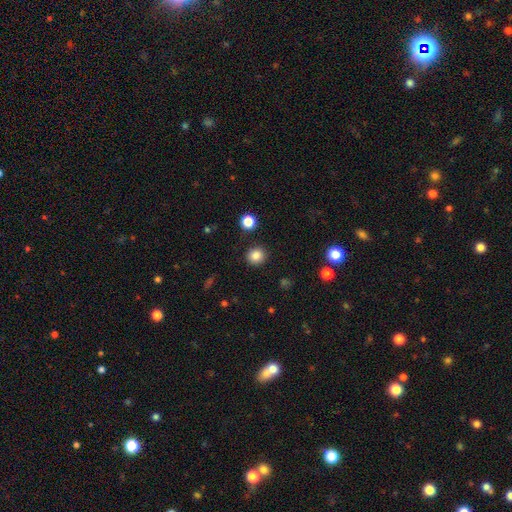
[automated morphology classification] A smooth galaxy with no disk features (84%) that is round (86%).

Vote fractions:
- Smooth or featured? smooth: 84% / star or artifact: 11% / featured or disk: 5%
- How rounded? round: 86% / in between: 13% / cigar-shaped: 1%
- Merging? none: 90% / minor disturbance: 6% / major disturbance: 2% / merger: 2%